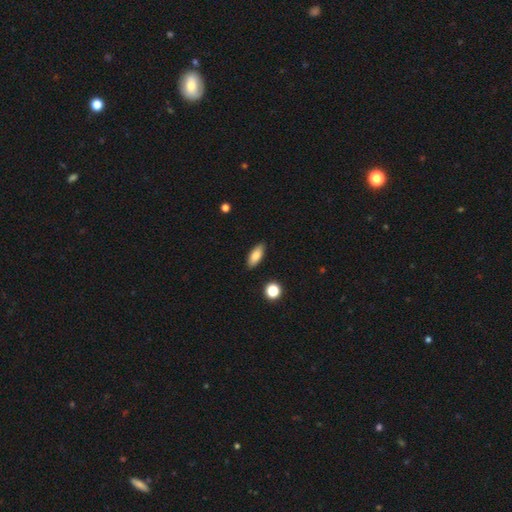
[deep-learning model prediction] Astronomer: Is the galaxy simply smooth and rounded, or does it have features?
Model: smooth — 81%.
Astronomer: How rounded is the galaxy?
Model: in between — 79%.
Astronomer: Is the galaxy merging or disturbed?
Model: none — 87%.